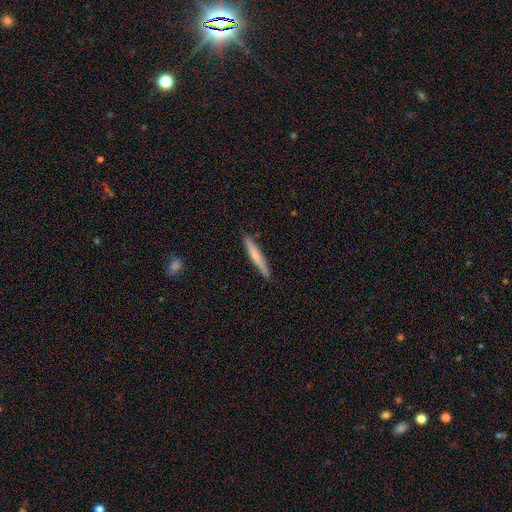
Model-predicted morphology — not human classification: A smooth galaxy with no disk features (61%) that is cigar-shaped (95%).

Vote fractions:
- Smooth or featured? smooth: 61% / featured or disk: 34% / star or artifact: 5%
- How rounded? cigar-shaped: 95% / in between: 3% / round: 1%
- Merging? none: 89% / minor disturbance: 8% / major disturbance: 1% / merger: 1%